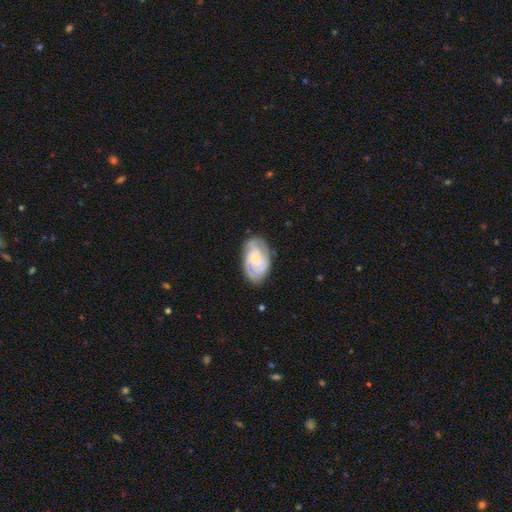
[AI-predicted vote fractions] The model was most divided on "smooth or featured": featured or disk: 48%, smooth: 45%, star or artifact: 8%. More confident: merging — none (68%).